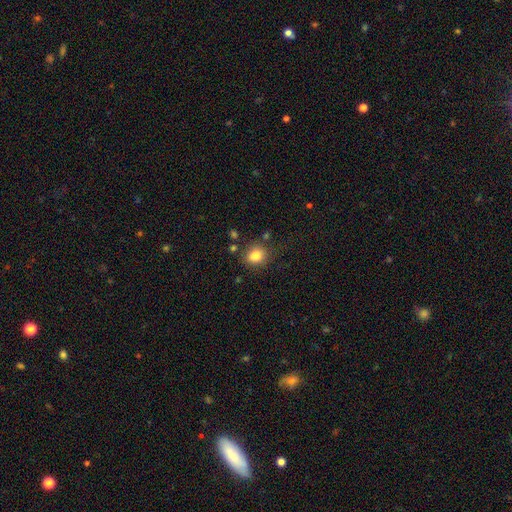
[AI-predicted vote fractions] smooth_or_featured: smooth (p=0.83) [alt: star or artifact p=0.11]
how_rounded: round (p=0.72) [alt: in between p=0.27]
merging: none (p=0.79) [alt: minor disturbance p=0.12]